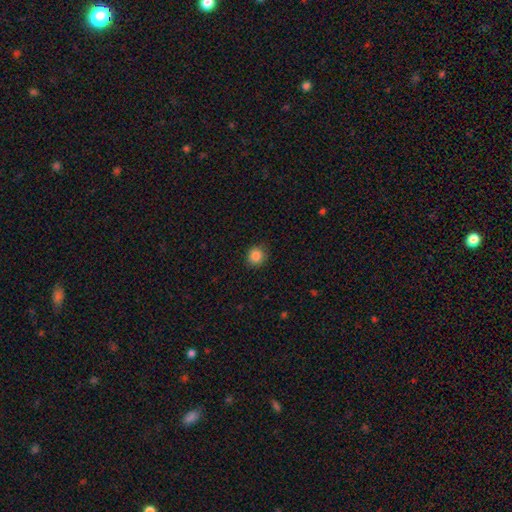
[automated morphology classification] type=smooth (86%); roundness=round (86%); merging=none (88%).